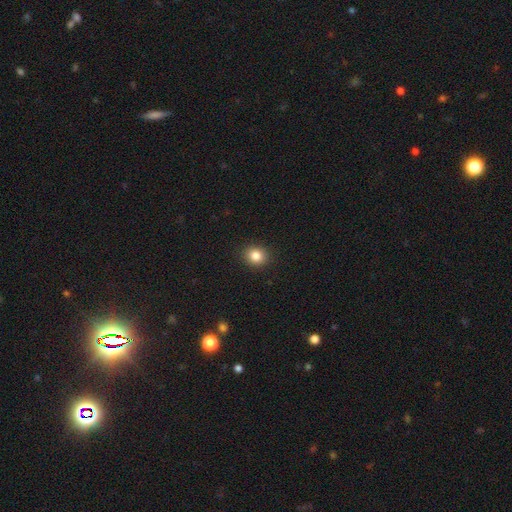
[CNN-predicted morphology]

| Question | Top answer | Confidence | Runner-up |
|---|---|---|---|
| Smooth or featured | smooth | 84% | star or artifact (11%) |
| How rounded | round | 73% | in between (26%) |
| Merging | none | 91% | minor disturbance (6%) |